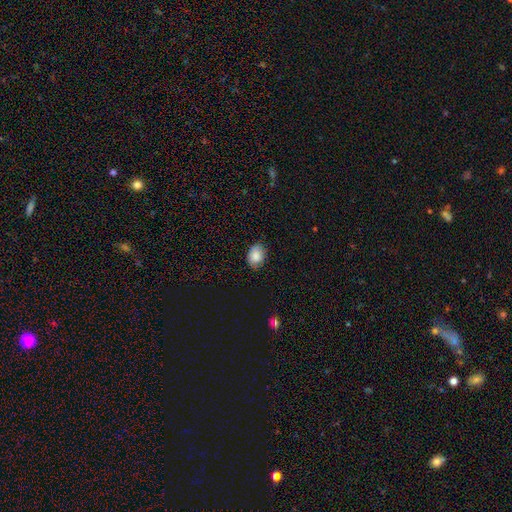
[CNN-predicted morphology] Smooth or featured? Predicted: smooth (p=0.83). How rounded? Predicted: in between (p=0.72). Merging? Predicted: none (p=0.79).